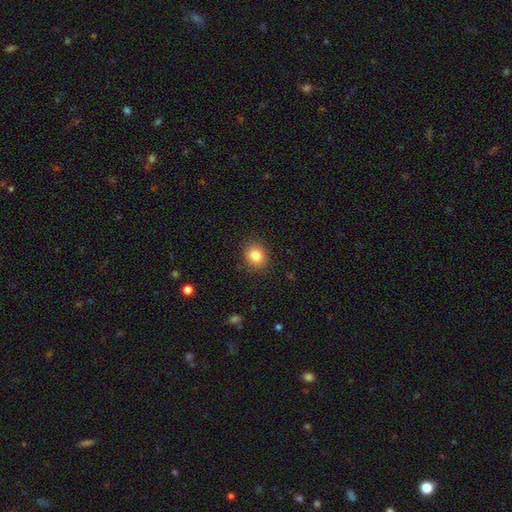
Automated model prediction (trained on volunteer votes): smooth 83%, star or artifact 10%, featured or disk 7%. Down the decision tree: how rounded — round (71%); merging — none (89%).